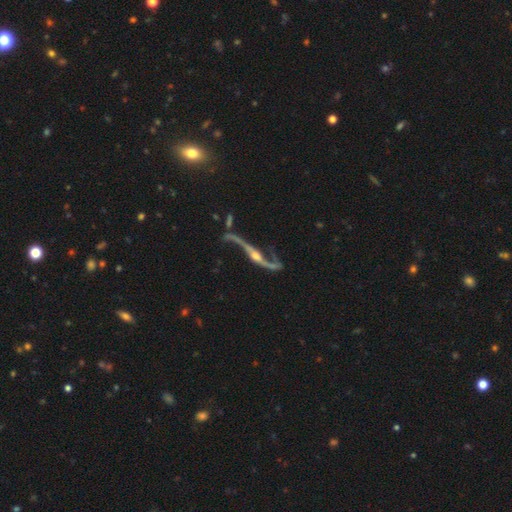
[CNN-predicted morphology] Overall: featured or disk (91%). Edge-on disk: no (68%; yes 32%). Bar: no (51%; strong 25%). Spiral arms: yes (95%). Spiral arm count: 2 (93%). Spiral winding: loose (91%). Bulge size: moderate (57%; small 33%). Merging: none (57%; minor disturbance 20%).